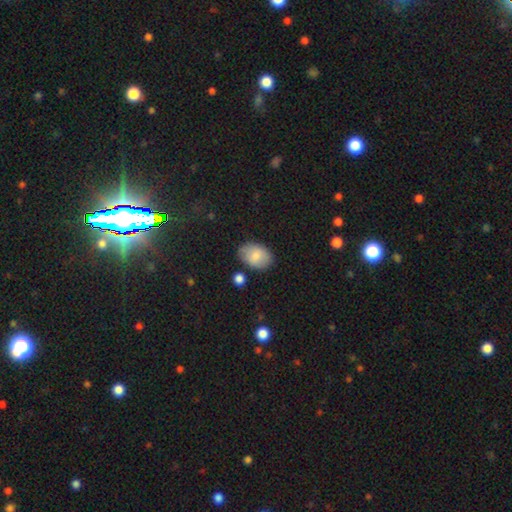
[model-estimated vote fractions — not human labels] A smooth galaxy with no disk features (80%) that is in between round and cigar-shaped (84%). Merging: none (79%).